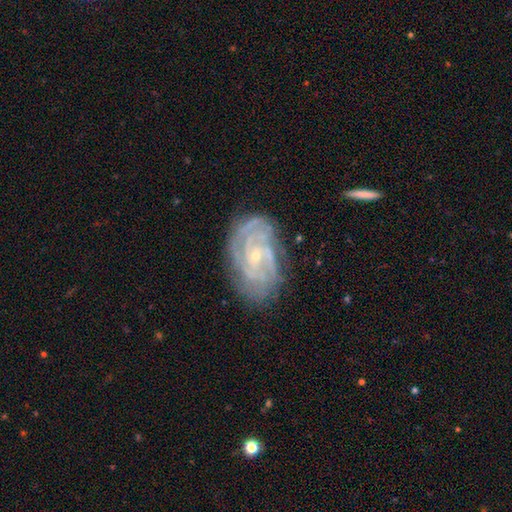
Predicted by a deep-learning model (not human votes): A featured or disk galaxy (86%) with no bar (63%), tight (71%) spiral arms (95%) and a small central bulge (79%).

Vote fractions:
- Smooth or featured? featured or disk: 86% / smooth: 8% / star or artifact: 6%
- Edge-on disk? no: 96% / yes: 4%
- Bar? no: 63% / weak: 29% / strong: 8%
- Spiral arms? yes: 95% / no: 5%
- Spiral winding? tight: 71% / medium: 24% / loose: 5%
- Spiral arm count? can't tell: 31% / 2: 20% / 3: 19% / 4: 16% / more than 4: 7% / 1: 6%
- Bulge size? small: 79% / moderate: 17% / none: 2% / large: 1% / dominant: 1%
- Merging? none: 73% / minor disturbance: 19% / major disturbance: 6% / merger: 2%